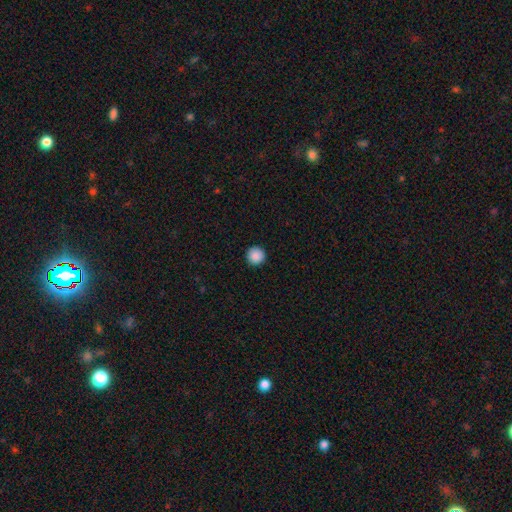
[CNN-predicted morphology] Smooth or featured: smooth — 89% (star or artifact — 9%)
How rounded: round — 96% (in between — 3%)
Merging: none — 93% (minor disturbance — 5%)